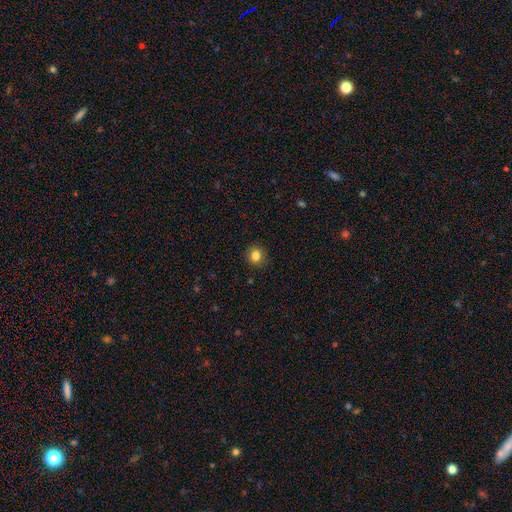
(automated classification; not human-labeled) Smooth or featured?
  - smooth: 84% *
  - star or artifact: 11%
  - featured or disk: 5%
How rounded?
  - round: 83% *
  - in between: 16%
  - cigar-shaped: 1%
Merging?
  - none: 90% *
  - minor disturbance: 7%
  - major disturbance: 2%
  - merger: 1%